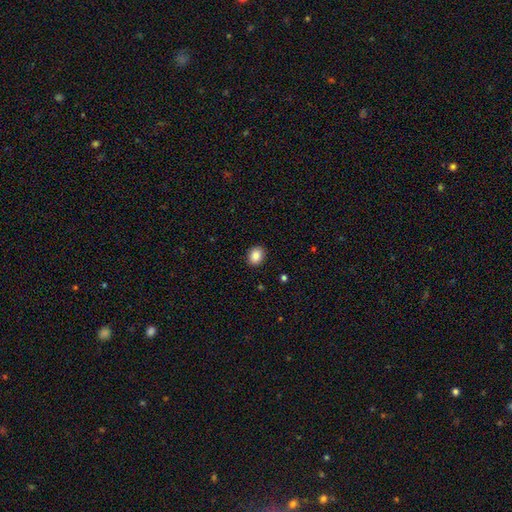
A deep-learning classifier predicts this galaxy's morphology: Overall: smooth (87%). How rounded: round (53%; in between 47%). Merging: none (90%).